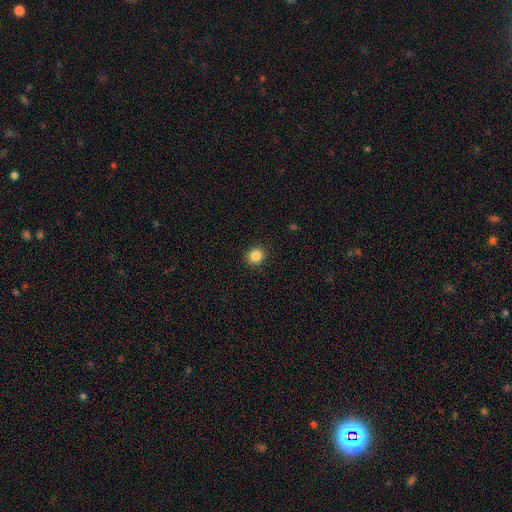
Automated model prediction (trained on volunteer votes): This appears to be a smooth galaxy with no disk features (86%) that is round (88%). Merging: none (92%).